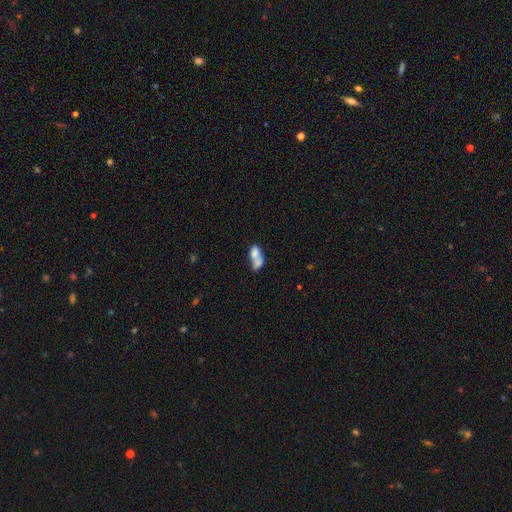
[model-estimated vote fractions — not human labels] smooth 67%, featured or disk 24%, star or artifact 9%. Down the decision tree: how rounded — in between (78%); merging — merger (67%).